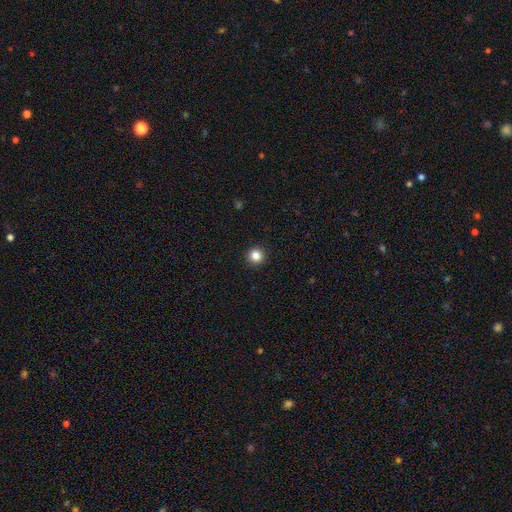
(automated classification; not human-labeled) Smooth or featured?
  - smooth: 84% *
  - star or artifact: 12%
  - featured or disk: 4%
How rounded?
  - round: 95% *
  - in between: 4%
  - cigar-shaped: 1%
Merging?
  - none: 93% *
  - minor disturbance: 4%
  - major disturbance: 1%
  - merger: 1%